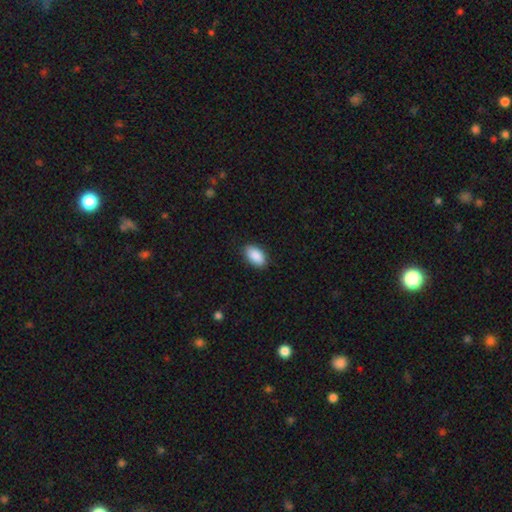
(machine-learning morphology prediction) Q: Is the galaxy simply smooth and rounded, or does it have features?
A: smooth — 90%.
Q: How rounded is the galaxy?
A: in between — 94%.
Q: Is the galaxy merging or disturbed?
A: none — 87%.